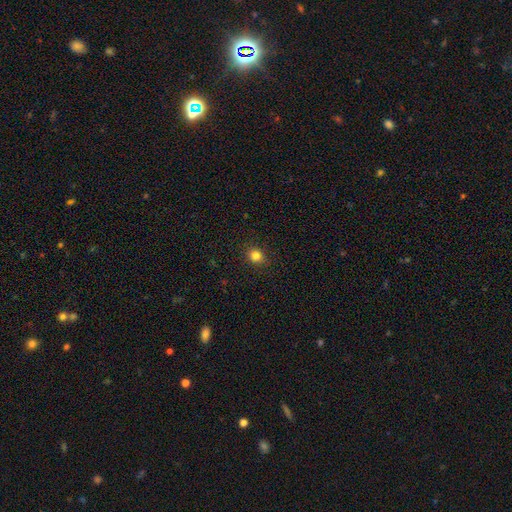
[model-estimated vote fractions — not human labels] Smooth or featured: smooth — 83% (star or artifact — 13%)
How rounded: round — 83% (in between — 16%)
Merging: none — 90% (minor disturbance — 7%)